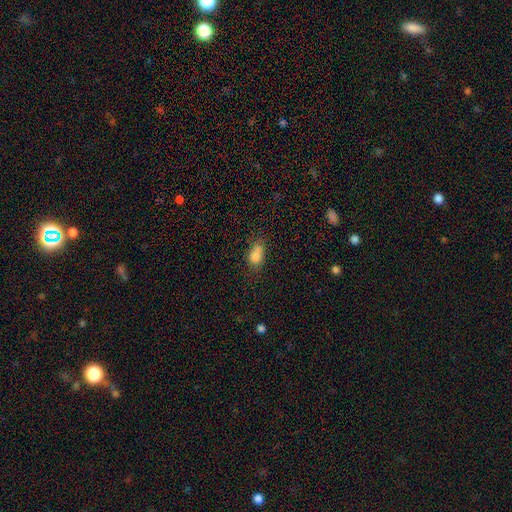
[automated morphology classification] A smooth galaxy with no disk features (78%) that is in between round and cigar-shaped (67%). Merging: none (43%).